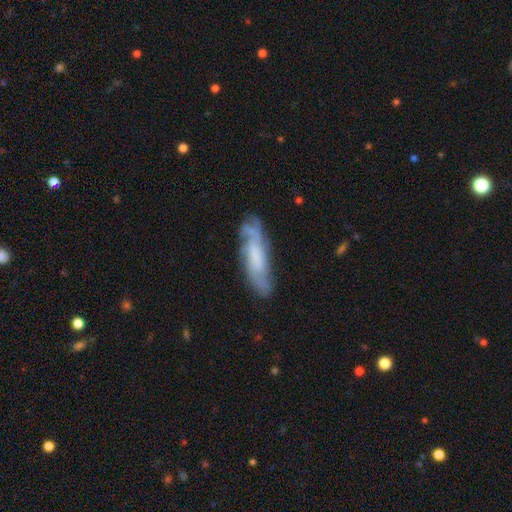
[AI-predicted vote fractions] Overall: featured or disk (64%; smooth 29%). Edge-on disk: no (74%). Merging: none (70%).